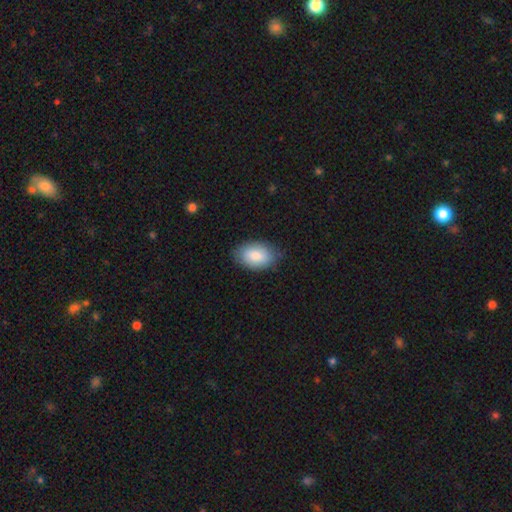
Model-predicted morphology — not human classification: Smooth or featured? Predicted: smooth (p=0.85). How rounded? Predicted: in between (p=0.92). Merging? Predicted: none (p=0.82).